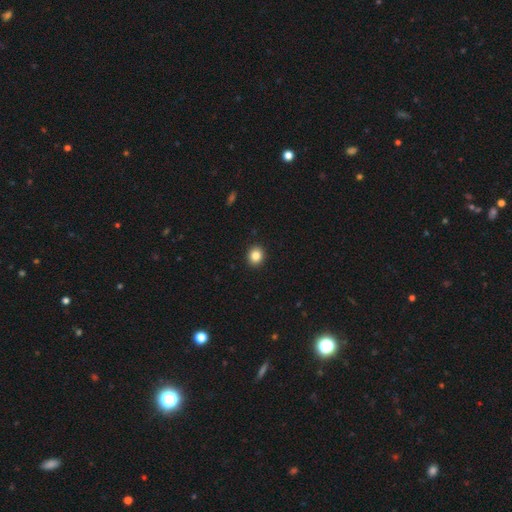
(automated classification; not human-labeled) smooth-or-featured: smooth: 85% | star or artifact: 10% | featured or disk: 5%
  how-rounded: round: 74% | in between: 25% | cigar-shaped: 1%
  merging: none: 92% | minor disturbance: 5% | major disturbance: 2% | merger: 1%